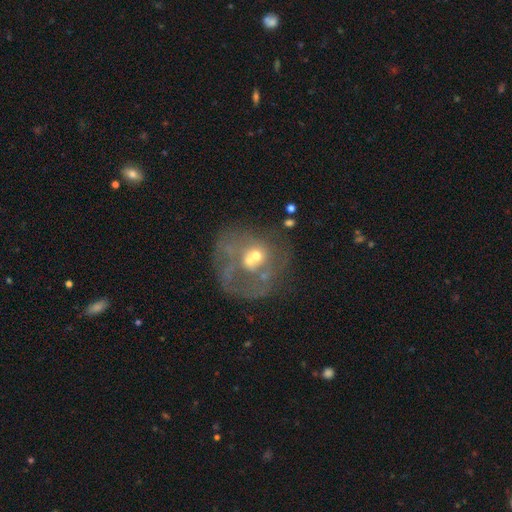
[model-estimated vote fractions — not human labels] Morphology: type=featured or disk (57%); edge-on=no (97%); bar=no (69%); spiral arms=no (59%); bulge=moderate (57%); merging=none (47%).